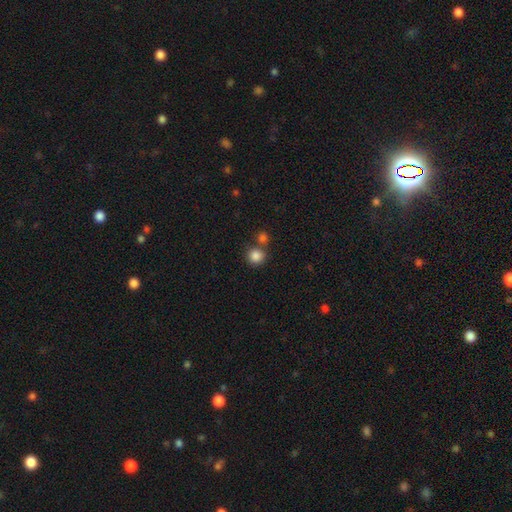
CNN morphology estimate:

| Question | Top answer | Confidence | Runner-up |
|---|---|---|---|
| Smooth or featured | smooth | 85% | star or artifact (11%) |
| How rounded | round | 92% | in between (8%) |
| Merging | none | 65% | merger (24%) |